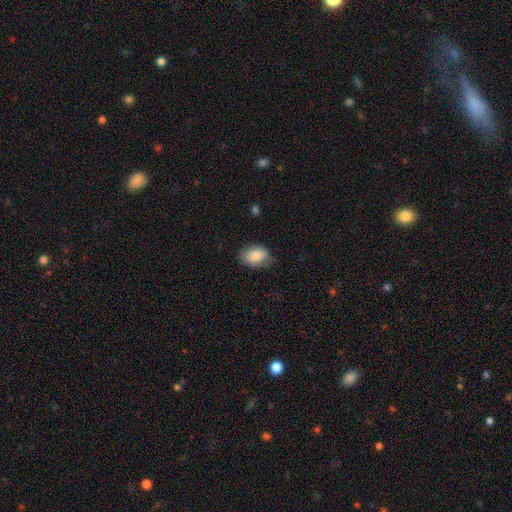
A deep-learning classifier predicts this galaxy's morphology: Smooth or featured? Predicted: smooth (p=0.84). How rounded? Predicted: in between (p=0.80). Merging? Predicted: none (p=0.76).